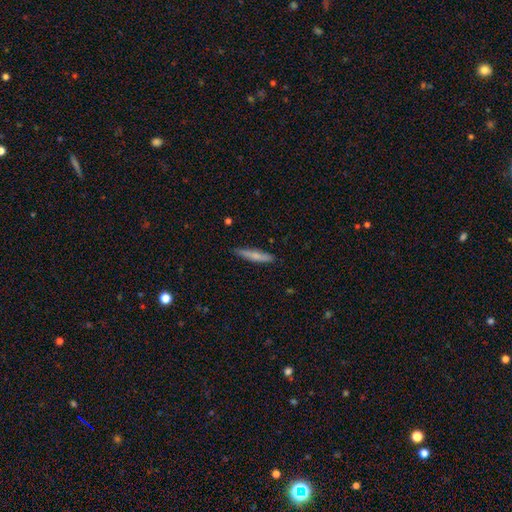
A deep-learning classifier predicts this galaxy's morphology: Q: Smooth or featured?
A: smooth (70%); runner-up: featured or disk (25%)
Q: How rounded?
A: cigar-shaped (89%); runner-up: in between (9%)
Q: Merging?
A: none (85%); runner-up: minor disturbance (12%)